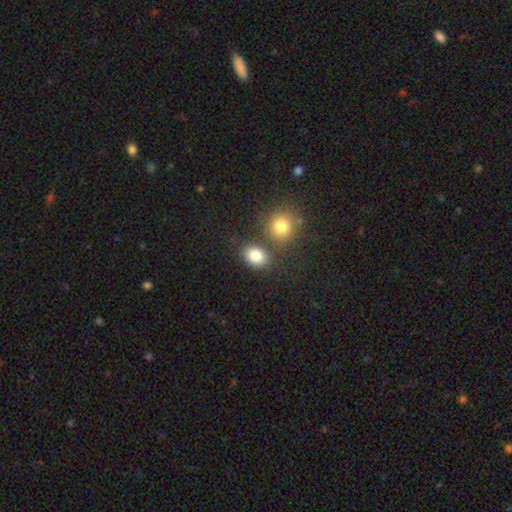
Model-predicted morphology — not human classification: Smooth or featured? smooth (83%)
How rounded? in between (61%)
Merging? none (70%)